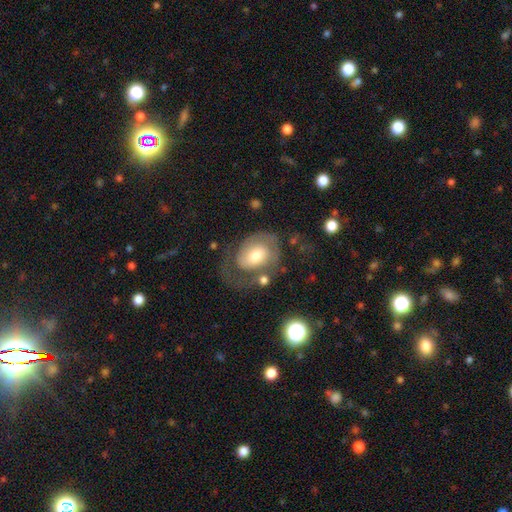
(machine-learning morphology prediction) smooth_or_featured: featured or disk (p=0.65) [alt: smooth p=0.27]
disk_edge_on: no (p=0.96) [alt: yes p=0.04]
bar: no (p=0.61) [alt: weak p=0.31]
has_spiral_arms: yes (p=0.82) [alt: no p=0.18]
spiral_winding: tight (p=0.46) [alt: medium p=0.37]
spiral_arm_count: 2 (p=0.48) [alt: 1 p=0.30]
bulge_size: moderate (p=0.62) [alt: large p=0.19]
merging: none (p=0.45) [alt: major disturbance p=0.30]